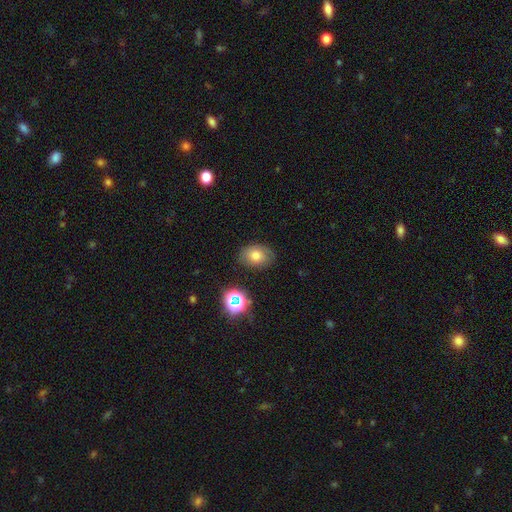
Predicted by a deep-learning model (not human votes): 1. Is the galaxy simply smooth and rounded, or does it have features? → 68% smooth, 17% featured or disk, 14% star or artifact.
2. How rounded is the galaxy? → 72% in between, 27% round, 1% cigar-shaped.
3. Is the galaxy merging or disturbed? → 79% none, 15% minor disturbance, 4% major disturbance, 2% merger.